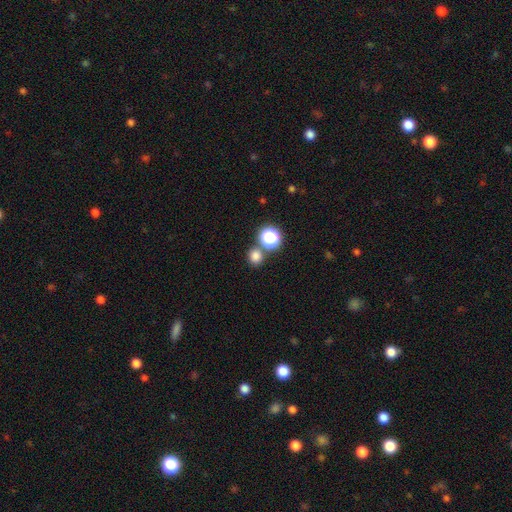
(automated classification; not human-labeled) smooth_or_featured: smooth (p=0.77) [alt: star or artifact p=0.18]
how_rounded: round (p=0.86) [alt: in between p=0.13]
merging: none (p=0.74) [alt: merger p=0.16]